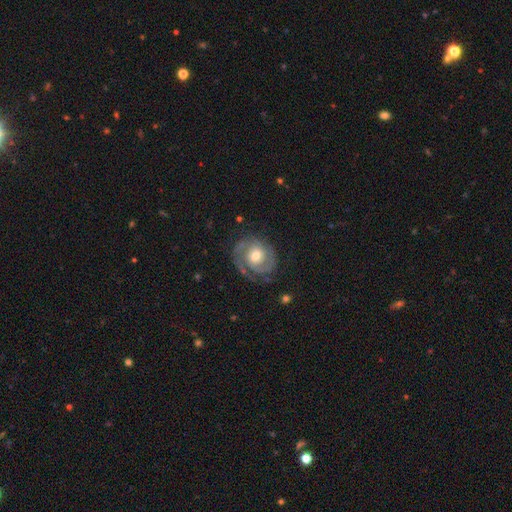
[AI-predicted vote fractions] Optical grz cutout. It shows a featured or disk galaxy (85%) with no bar (70%), 2 (73%) tight (63%) spiral arms (95%) and a moderate central bulge (65%). Merging: none (75%).